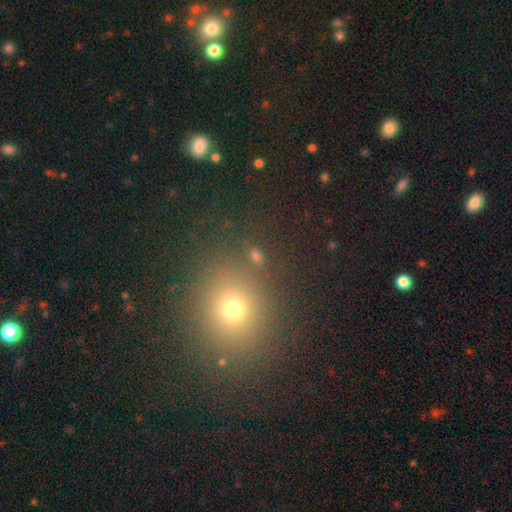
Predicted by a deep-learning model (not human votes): A smooth galaxy with no disk features (64%) that is round (79%).

Vote fractions:
- Smooth or featured? smooth: 64% / star or artifact: 29% / featured or disk: 8%
- How rounded? round: 79% / in between: 20% / cigar-shaped: 1%
- Merging? none: 85% / minor disturbance: 8% / merger: 4% / major disturbance: 3%